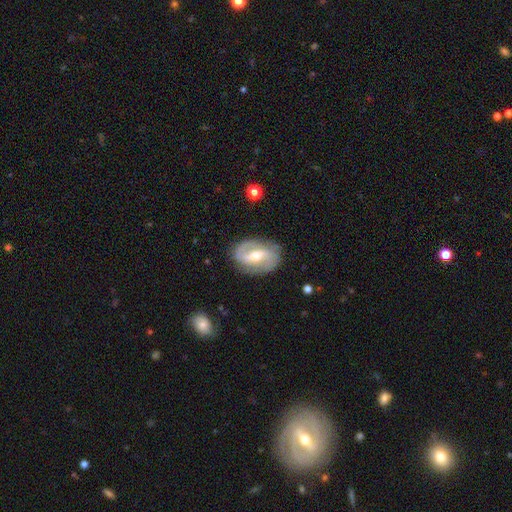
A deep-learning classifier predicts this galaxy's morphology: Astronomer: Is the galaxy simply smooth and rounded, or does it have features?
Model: featured or disk — 81%.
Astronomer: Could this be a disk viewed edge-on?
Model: no — 96%.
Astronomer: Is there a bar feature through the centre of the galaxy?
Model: weak — 45% (runner-up: strong, 37%).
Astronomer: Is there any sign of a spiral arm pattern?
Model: yes — 90%.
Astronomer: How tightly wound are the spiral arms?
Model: medium — 46% (runner-up: loose, 28%).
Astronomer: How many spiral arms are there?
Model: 2 — 87%.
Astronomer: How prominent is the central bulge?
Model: moderate — 66%.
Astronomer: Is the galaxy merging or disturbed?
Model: none — 81%.